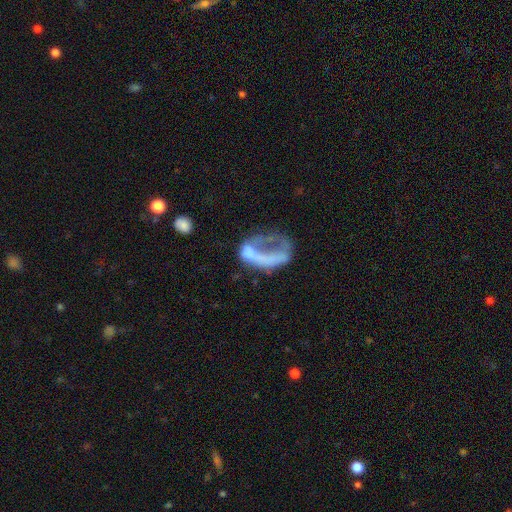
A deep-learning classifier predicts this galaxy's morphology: Q: Smooth or featured?
A: featured or disk (49%); runner-up: smooth (38%)
Q: Merging?
A: major disturbance (55%); runner-up: none (21%)